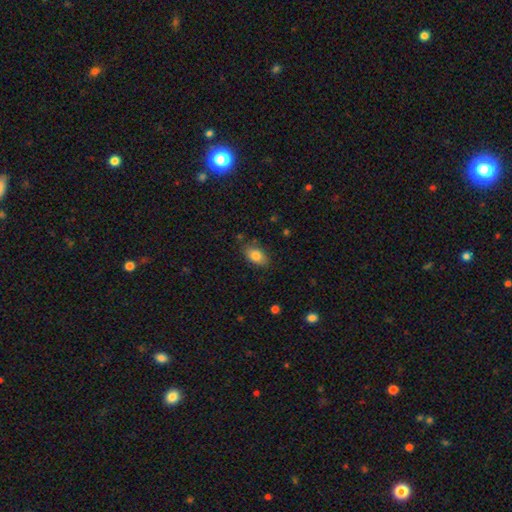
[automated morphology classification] type=smooth (82%); roundness=in between (90%); merging=none (81%).